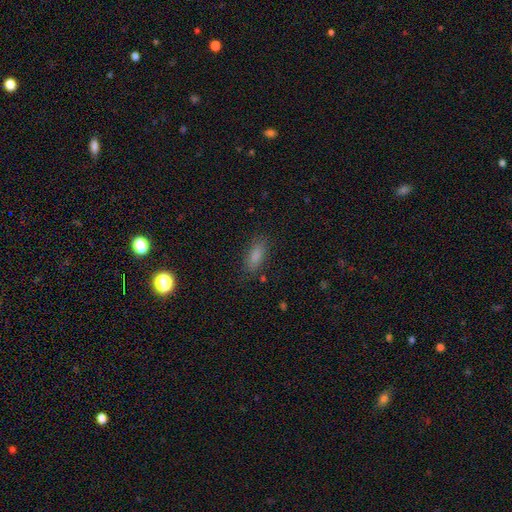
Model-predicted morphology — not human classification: Smooth or featured?
  - smooth: 83% *
  - star or artifact: 10%
  - featured or disk: 7%
How rounded?
  - in between: 77% *
  - cigar-shaped: 20%
  - round: 3%
Merging?
  - none: 82% *
  - minor disturbance: 13%
  - major disturbance: 4%
  - merger: 2%